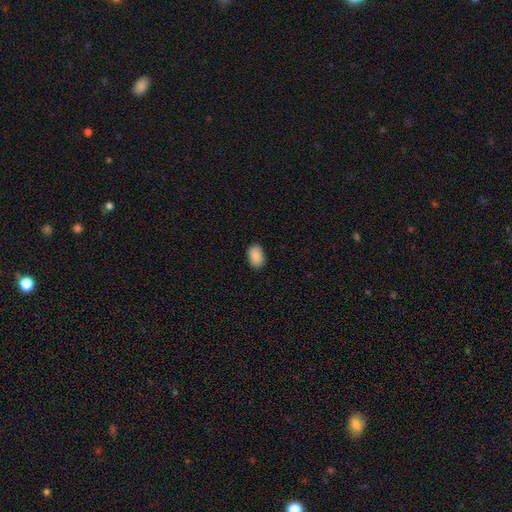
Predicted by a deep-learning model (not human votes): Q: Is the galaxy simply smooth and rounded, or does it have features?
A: smooth — 90%.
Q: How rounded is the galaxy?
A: in between — 88%.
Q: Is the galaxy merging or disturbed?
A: none — 88%.